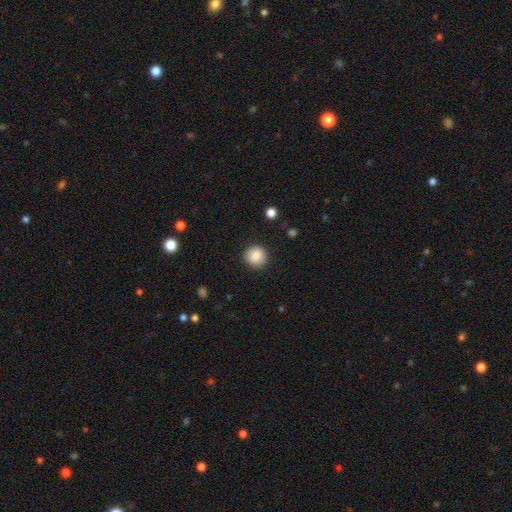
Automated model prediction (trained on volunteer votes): This is clearly a smooth galaxy (87%). How rounded: clearly round (93%). Merging: clearly none (90%).